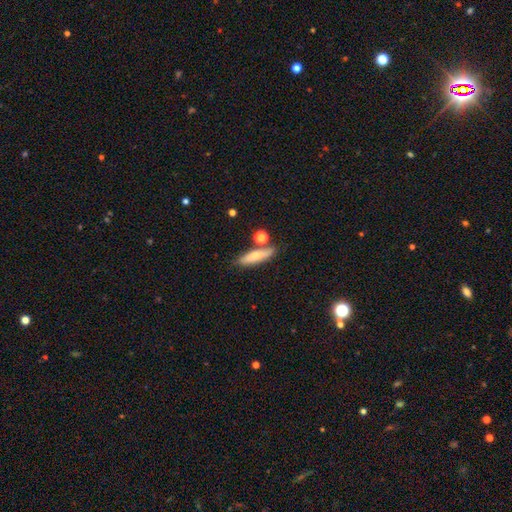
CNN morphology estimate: smooth_or_featured: smooth (p=0.68) [alt: featured or disk p=0.24]
how_rounded: cigar-shaped (p=0.65) [alt: in between p=0.31]
merging: none (p=0.72) [alt: minor disturbance p=0.13]